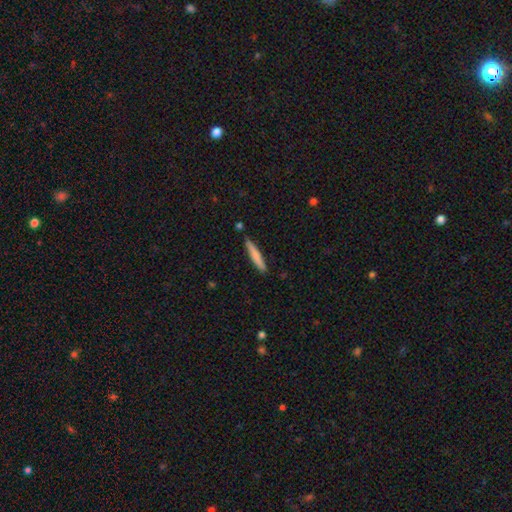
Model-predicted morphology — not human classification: smooth_or_featured: smooth (p=0.75) [alt: featured or disk p=0.20]
how_rounded: cigar-shaped (p=0.94) [alt: in between p=0.05]
merging: none (p=0.86) [alt: minor disturbance p=0.09]